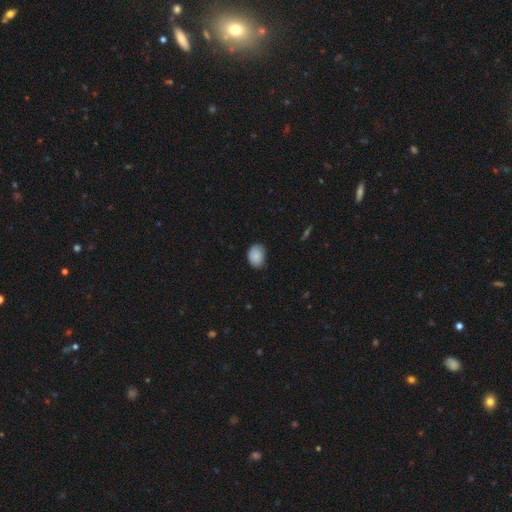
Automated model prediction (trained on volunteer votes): Morphology: type=smooth (88%); roundness=in between (66%); merging=none (74%).